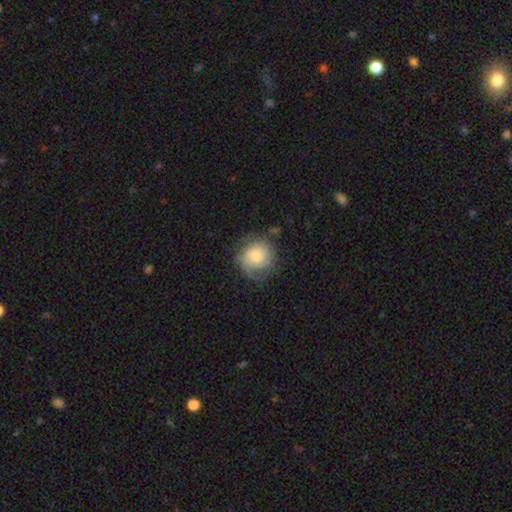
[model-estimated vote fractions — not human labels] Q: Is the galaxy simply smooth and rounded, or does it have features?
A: featured or disk — 53%.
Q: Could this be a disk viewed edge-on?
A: no — 97%.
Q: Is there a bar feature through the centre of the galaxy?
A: no — 78%.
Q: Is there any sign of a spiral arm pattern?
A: yes — 85%.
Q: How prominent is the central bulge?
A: moderate — 49%.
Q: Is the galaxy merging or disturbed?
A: none — 64%.